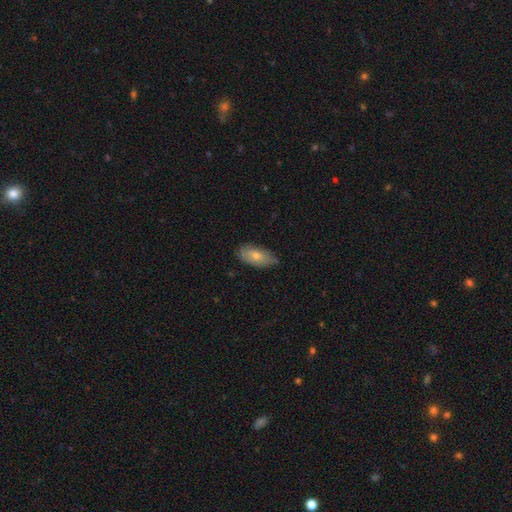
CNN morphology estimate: smooth_or_featured: smooth (p=0.60) [alt: featured or disk p=0.32]
how_rounded: in between (p=0.84) [alt: cigar-shaped p=0.12]
merging: none (p=0.78) [alt: minor disturbance p=0.19]